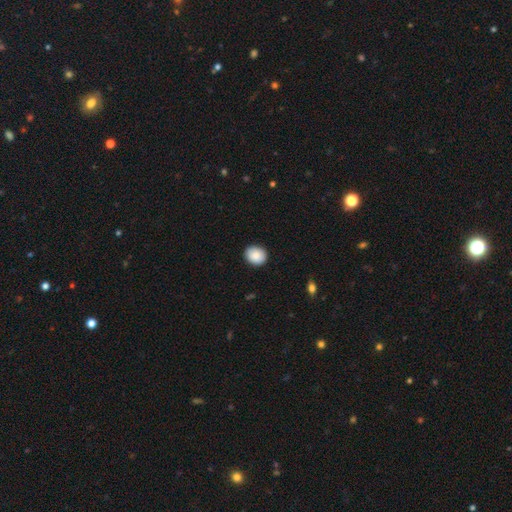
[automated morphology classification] This appears to be a smooth galaxy with no disk features (87%) that is round (67%). Merging: none (89%).